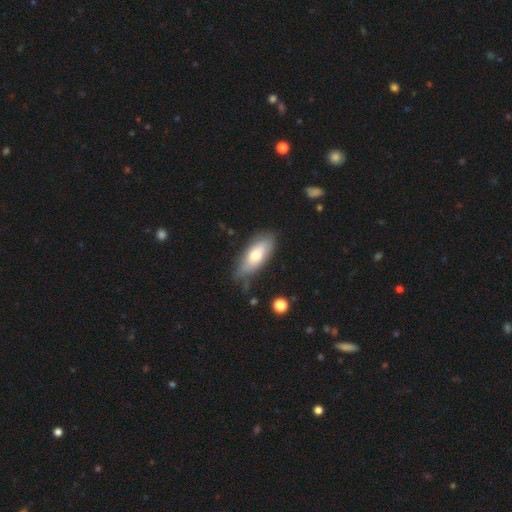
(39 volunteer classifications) Smooth or featured? 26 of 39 (67%) said smooth. How rounded? 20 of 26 (77%) said in between. Merging? 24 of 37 (65%) said none.